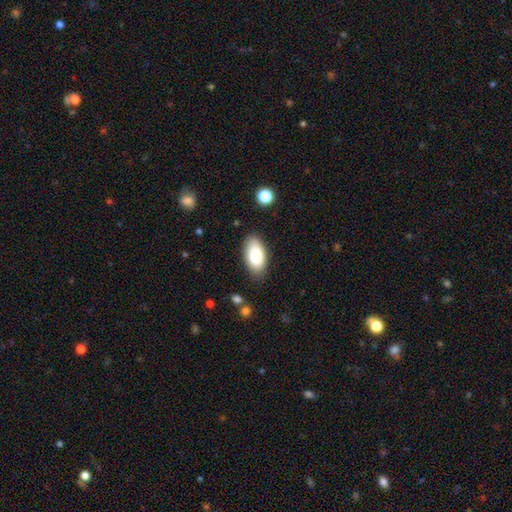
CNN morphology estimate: This is clearly a smooth galaxy (85%). How rounded: clearly in between (94%). Merging: clearly none (83%).